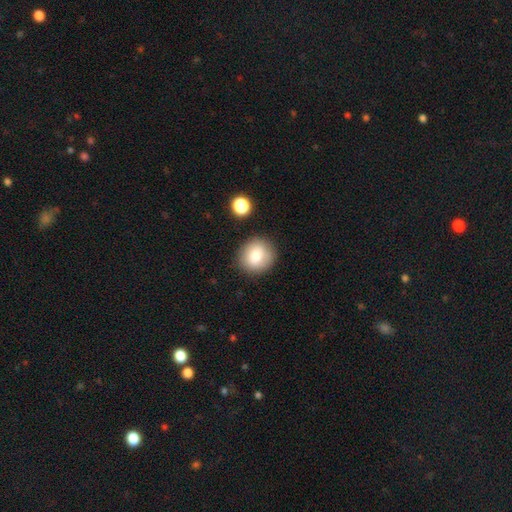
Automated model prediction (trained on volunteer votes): A smooth galaxy with no disk features (80%) that is round (86%). Merging: none (86%).